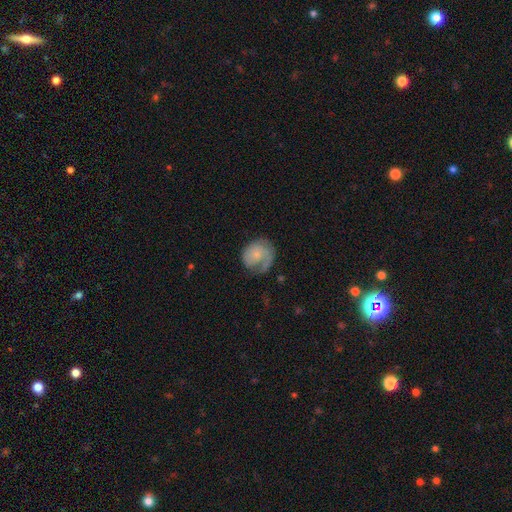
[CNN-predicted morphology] This is possibly a featured or disk galaxy (56%). It is clearly not viewed edge-on (98%). Bar: likely no (77%). Spiral arm pattern: clearly yes (86%). Central bulge: possibly small (59%). Merging: possibly none (56%).